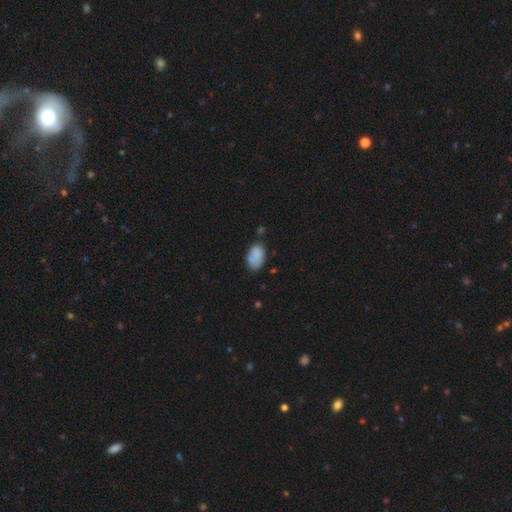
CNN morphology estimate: type=smooth (82%); roundness=in between (89%); merging=none (63%).